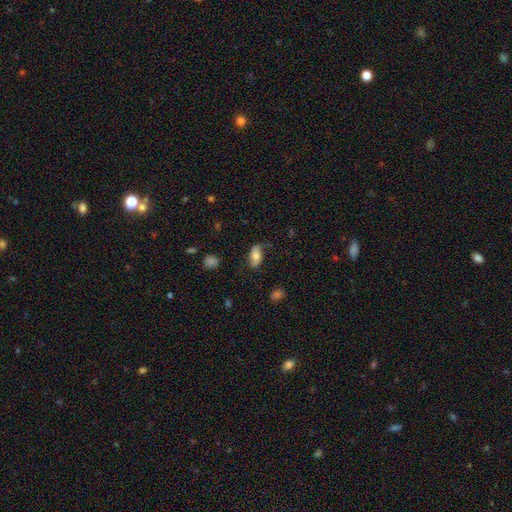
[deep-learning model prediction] Q: Smooth or featured?
A: smooth (67%); runner-up: featured or disk (26%)
Q: How rounded?
A: in between (89%); runner-up: cigar-shaped (7%)
Q: Merging?
A: none (68%); runner-up: minor disturbance (23%)